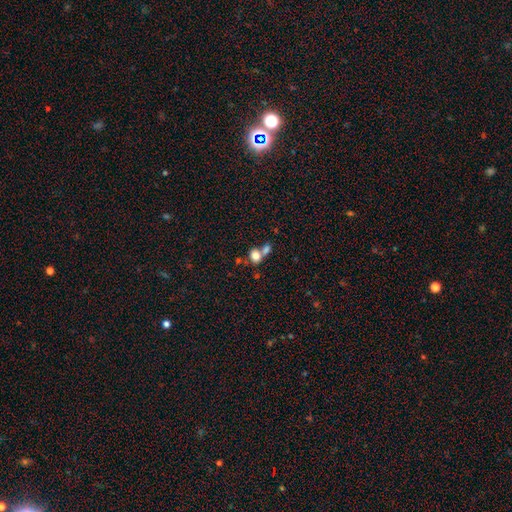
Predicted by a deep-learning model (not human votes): Smooth or featured: smooth — 80% (star or artifact — 10%)
How rounded: round — 52% (in between — 47%)
Merging: merger — 52% (none — 35%)